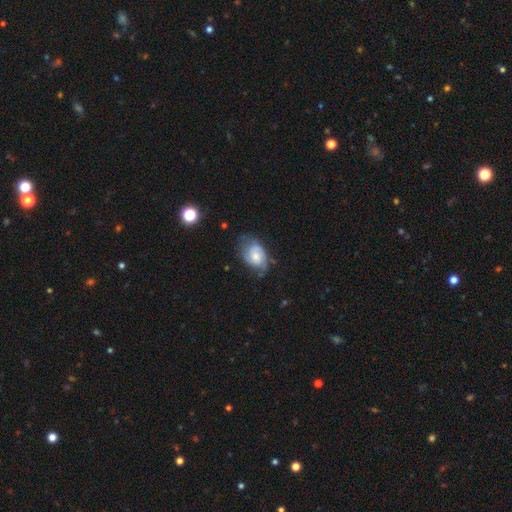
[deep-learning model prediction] This is possibly a featured or disk galaxy (56%). It is clearly not viewed edge-on (96%). Bar: likely no (68%). Spiral arm pattern: clearly yes (83%). Central bulge: possibly moderate (49%). Merging: possibly none (50%).